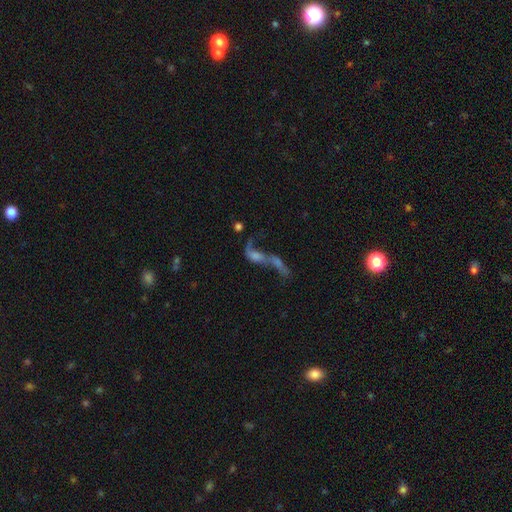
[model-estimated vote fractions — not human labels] smooth_or_featured: featured or disk (p=0.61) [alt: smooth p=0.24]
disk_edge_on: no (p=0.89) [alt: yes p=0.11]
bar: no (p=0.72) [alt: weak p=0.21]
has_spiral_arms: yes (p=0.57) [alt: no p=0.43]
bulge_size: none (p=0.40) [alt: small p=0.25]
merging: merger (p=0.65) [alt: major disturbance p=0.17]